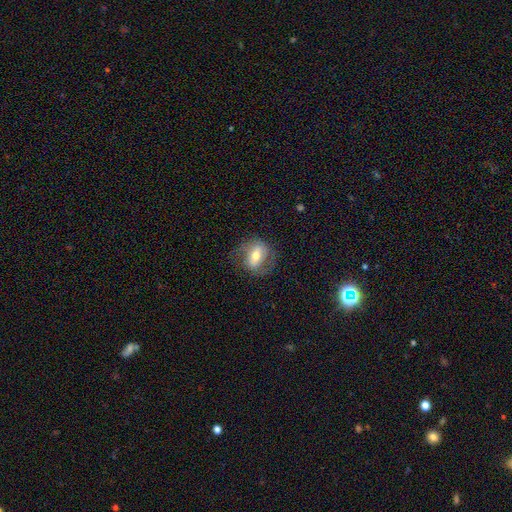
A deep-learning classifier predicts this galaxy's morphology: This is likely a featured or disk galaxy (61%). It is clearly not viewed edge-on (94%). Bar: marginally strong (41%). Spiral arm pattern: likely yes (74%). Central bulge: likely moderate (68%). Merging: likely none (68%).